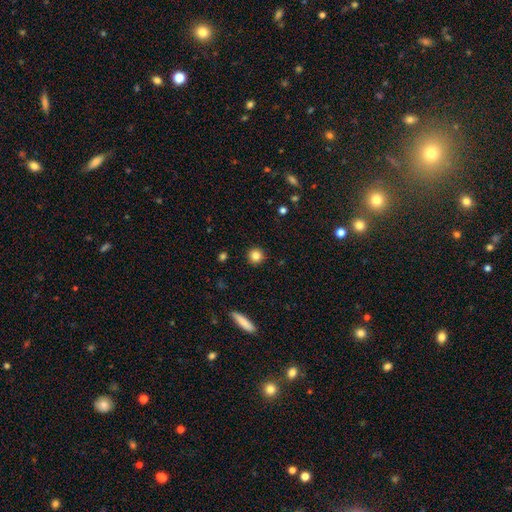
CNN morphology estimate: Smooth or featured? Predicted: smooth (p=0.83). How rounded? Predicted: round (p=0.94). Merging? Predicted: none (p=0.92).